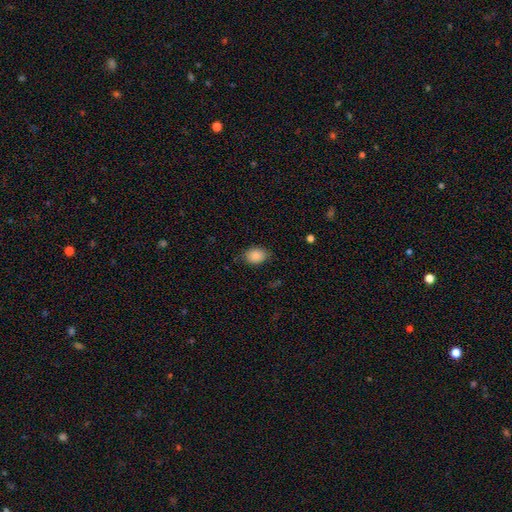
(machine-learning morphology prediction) A smooth galaxy with no disk features (89%) that is in between round and cigar-shaped (77%).

Vote fractions:
- Smooth or featured? smooth: 89% / star or artifact: 8% / featured or disk: 3%
- How rounded? in between: 77% / round: 22% / cigar-shaped: 1%
- Merging? none: 80% / minor disturbance: 15% / major disturbance: 3% / merger: 1%